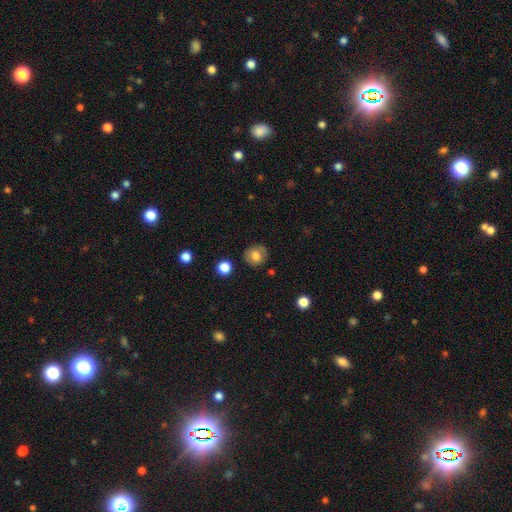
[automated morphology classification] Smooth or featured: smooth — 75% (featured or disk — 15%)
How rounded: round — 82% (in between — 17%)
Merging: none — 81% (minor disturbance — 13%)